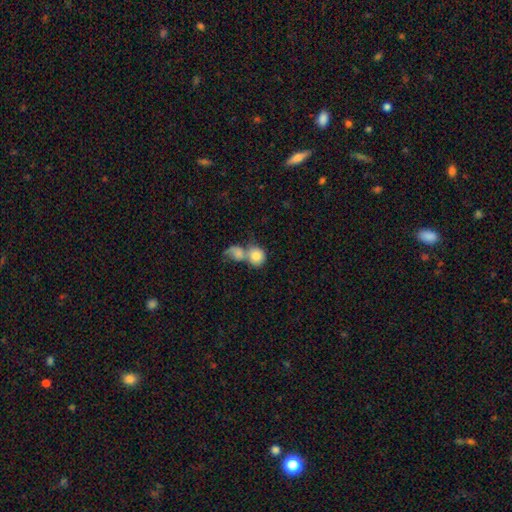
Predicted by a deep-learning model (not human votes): A smooth galaxy with no disk features (79%) that is round (77%). Merging: merger (70%).